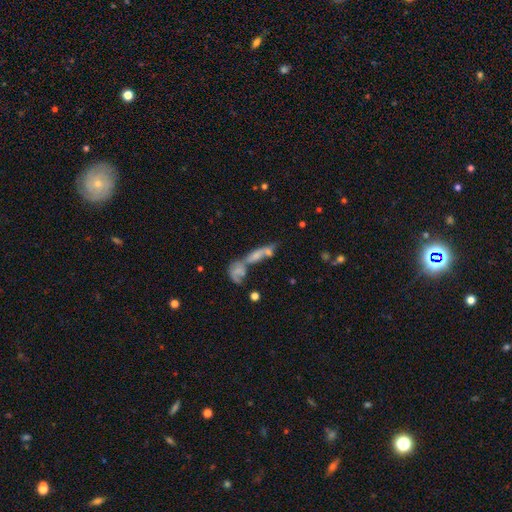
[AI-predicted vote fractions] Smooth or featured: featured or disk — 42% (smooth — 37%)
Merging: merger — 57% (none — 25%)